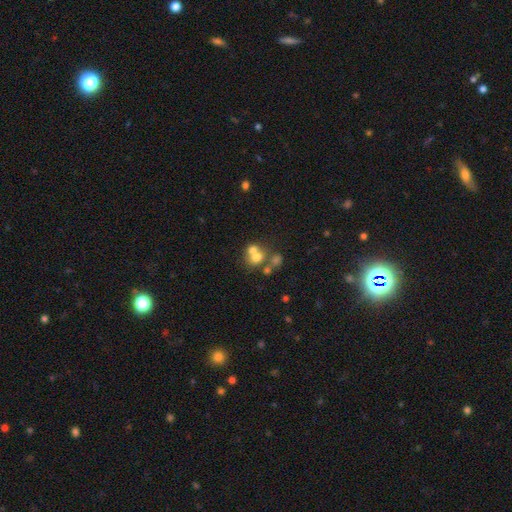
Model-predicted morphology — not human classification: smooth-or-featured: smooth: 63% | featured or disk: 23% | star or artifact: 15%
  how-rounded: round: 76% | in between: 23% | cigar-shaped: 1%
  merging: merger: 55% | none: 33% | minor disturbance: 7% | major disturbance: 4%